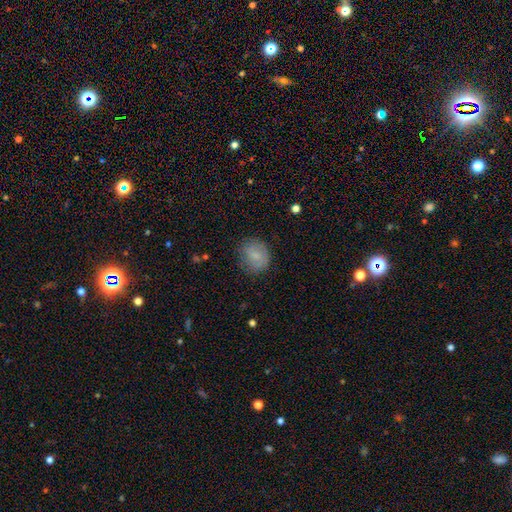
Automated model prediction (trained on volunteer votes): A smooth galaxy with no disk features (79%) that is round (69%).

Vote fractions:
- Smooth or featured? smooth: 79% / featured or disk: 13% / star or artifact: 8%
- How rounded? round: 69% / in between: 30% / cigar-shaped: 1%
- Merging? none: 77% / minor disturbance: 17% / major disturbance: 5% / merger: 1%